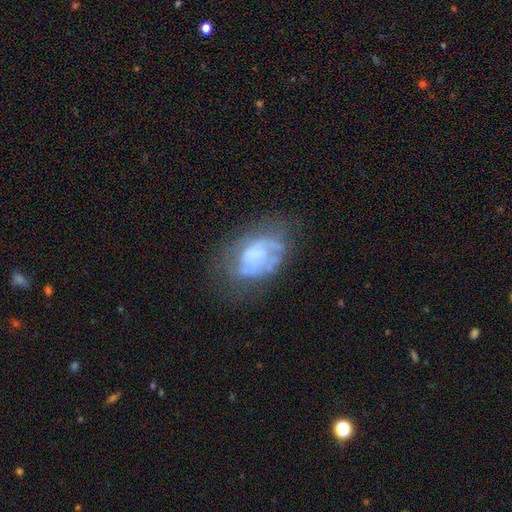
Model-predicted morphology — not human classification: This is likely a featured or disk galaxy (60%). It is clearly not viewed edge-on (97%). Bar: clearly no (82%). Spiral arm pattern: likely no (67%). Central bulge: possibly none (52%). Merging: marginally none (42%).